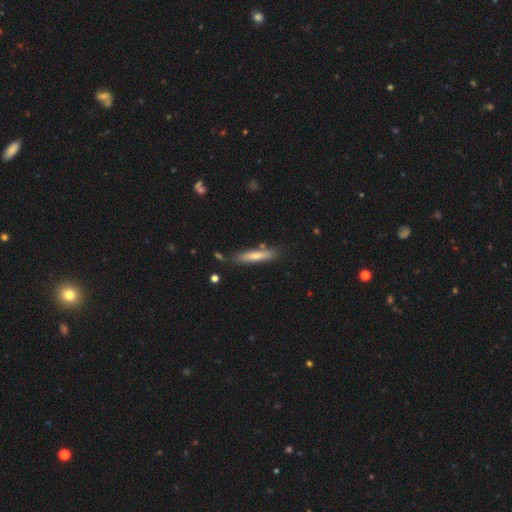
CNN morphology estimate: smooth 63%, featured or disk 30%, star or artifact 7%. Down the decision tree: how rounded — cigar-shaped (87%); merging — none (81%).